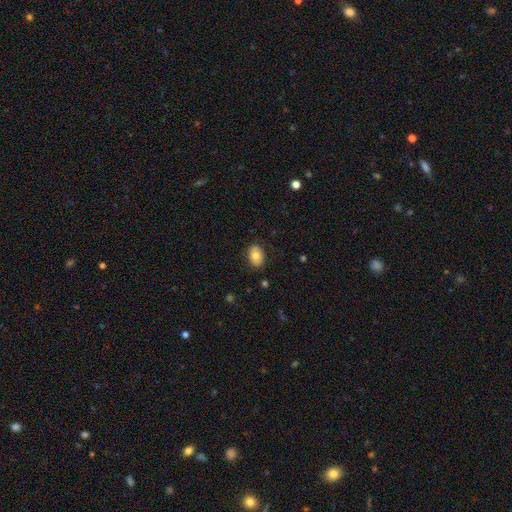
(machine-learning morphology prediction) smooth_or_featured: smooth (p=0.75) [alt: featured or disk p=0.18]
how_rounded: in between (p=0.80) [alt: round p=0.19]
merging: none (p=0.84) [alt: minor disturbance p=0.12]